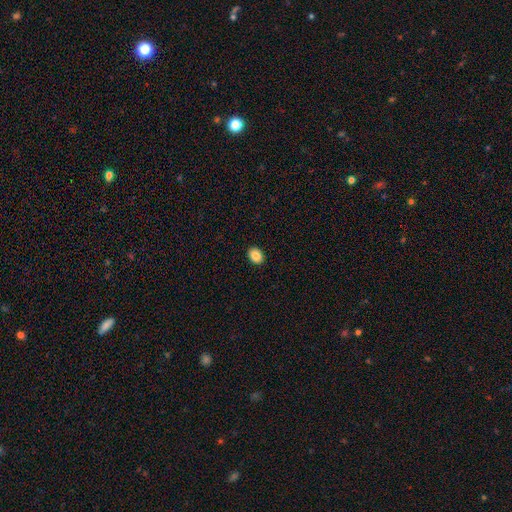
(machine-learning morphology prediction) Smooth or featured? smooth (87%)
How rounded? in between (60%)
Merging? none (92%)